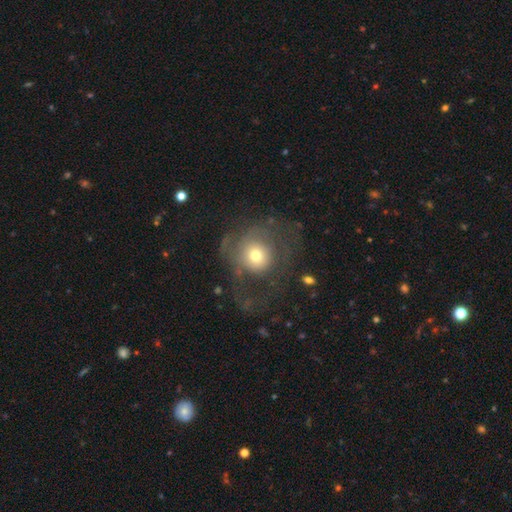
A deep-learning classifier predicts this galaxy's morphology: smooth_or_featured: smooth (p=0.54) [alt: featured or disk p=0.34]
how_rounded: round (p=0.84) [alt: in between p=0.15]
merging: major disturbance (p=0.45) [alt: none p=0.36]